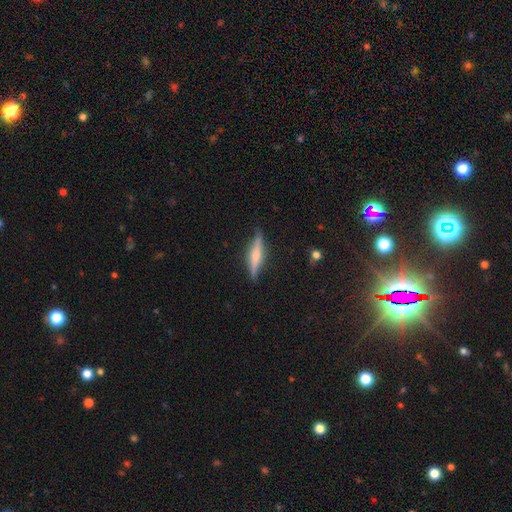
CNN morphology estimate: Smooth or featured: featured or disk — 58% (smooth — 35%)
Edge-on disk: yes — 95% (no — 5%)
Edge-on bulge: rounded — 61% (boxy — 23%)
Merging: none — 85% (minor disturbance — 11%)